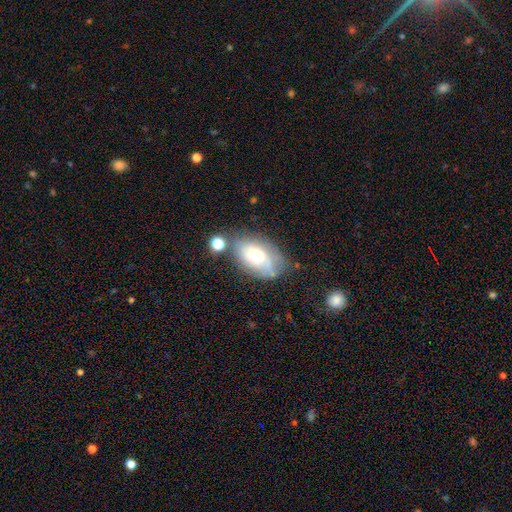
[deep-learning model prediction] A smooth galaxy with no disk features (53%) that is in between round and cigar-shaped (88%). Merging: none (50%).